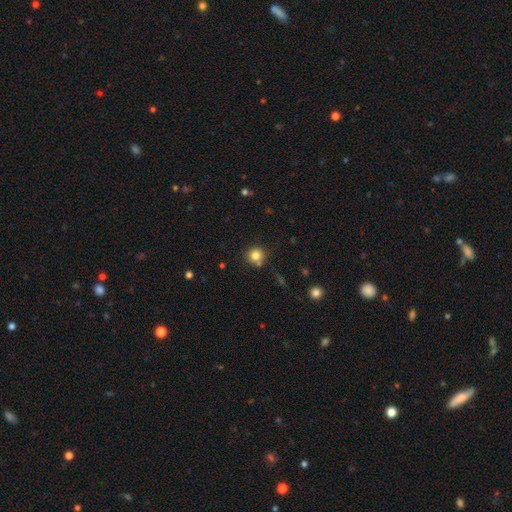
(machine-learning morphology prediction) smooth_or_featured: smooth (p=0.81) [alt: star or artifact p=0.12]
how_rounded: round (p=0.92) [alt: in between p=0.07]
merging: none (p=0.75) [alt: merger p=0.12]